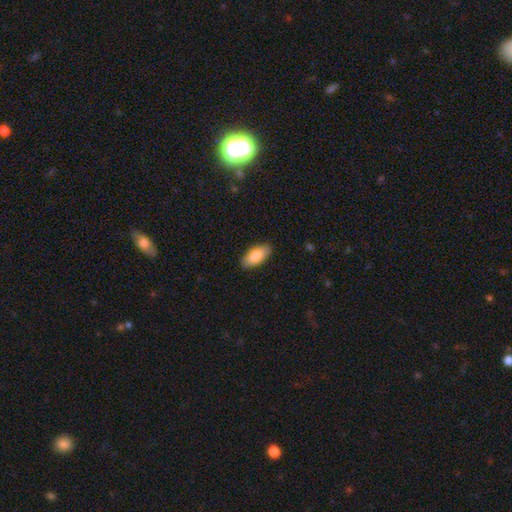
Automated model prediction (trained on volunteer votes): Morphology: type=smooth (85%); roundness=in between (89%); merging=none (88%).